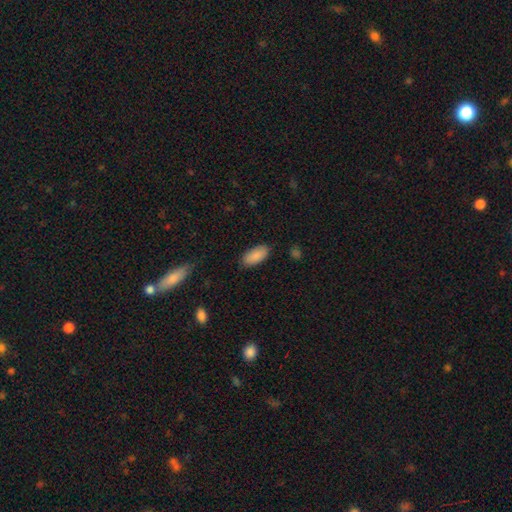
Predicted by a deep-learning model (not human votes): Smooth or featured? Predicted: smooth (p=0.89). How rounded? Predicted: in between (p=0.91). Merging? Predicted: none (p=0.86).